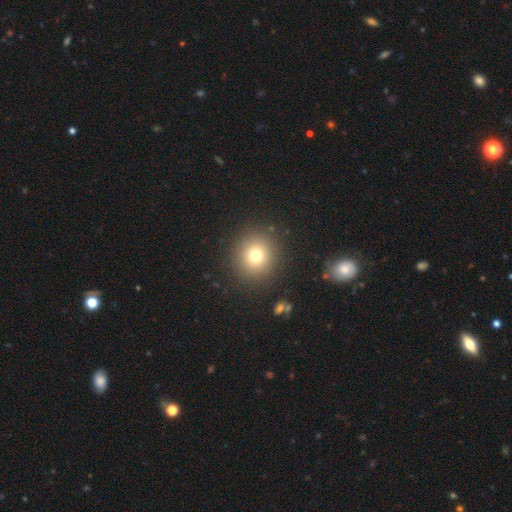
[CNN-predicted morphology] The model was most divided on "smooth or featured": smooth: 75%, star or artifact: 15%, featured or disk: 10%. More confident: how rounded — round (90%); merging — none (89%).